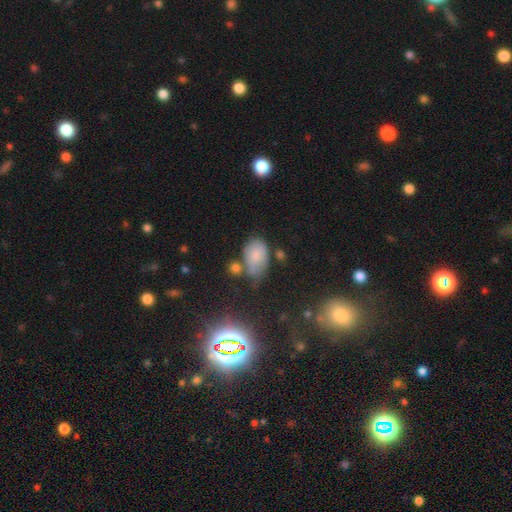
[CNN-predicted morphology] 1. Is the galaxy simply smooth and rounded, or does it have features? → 71% smooth, 16% featured or disk, 13% star or artifact.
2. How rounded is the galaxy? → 89% in between, 9% round, 2% cigar-shaped.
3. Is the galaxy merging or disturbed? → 44% none, 30% minor disturbance, 15% merger, 11% major disturbance.